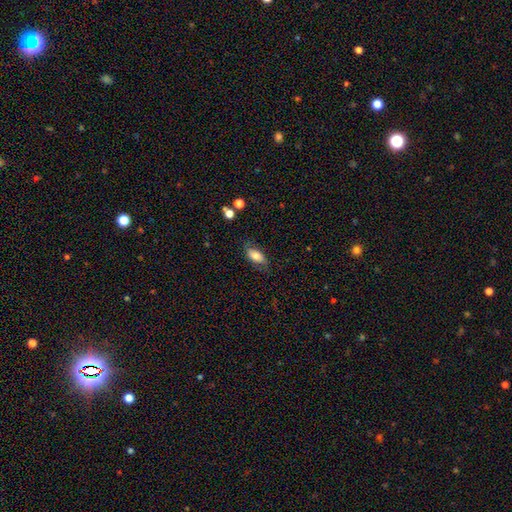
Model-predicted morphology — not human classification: The model was most divided on "smooth or featured": smooth: 71%, featured or disk: 21%, star or artifact: 8%. More confident: how rounded — in between (89%); merging — none (73%).